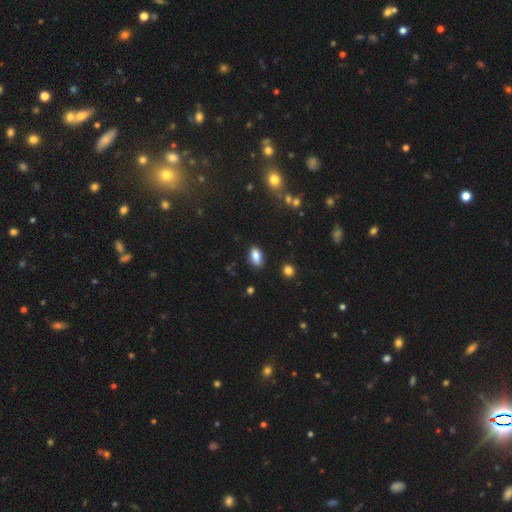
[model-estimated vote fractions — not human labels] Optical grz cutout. It shows a smooth galaxy with no disk features (85%) that is in between round and cigar-shaped (90%). Merging: none (83%).